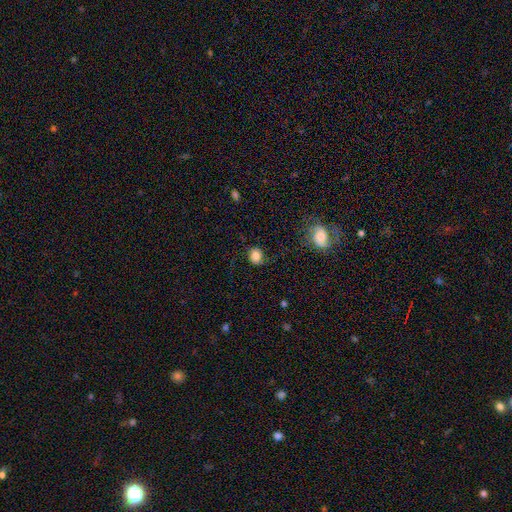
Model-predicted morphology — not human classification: A smooth galaxy with no disk features (82%) that is round (66%).

Vote fractions:
- Smooth or featured? smooth: 82% / star or artifact: 10% / featured or disk: 8%
- How rounded? round: 66% / in between: 33% / cigar-shaped: 1%
- Merging? none: 75% / minor disturbance: 17% / major disturbance: 6% / merger: 2%